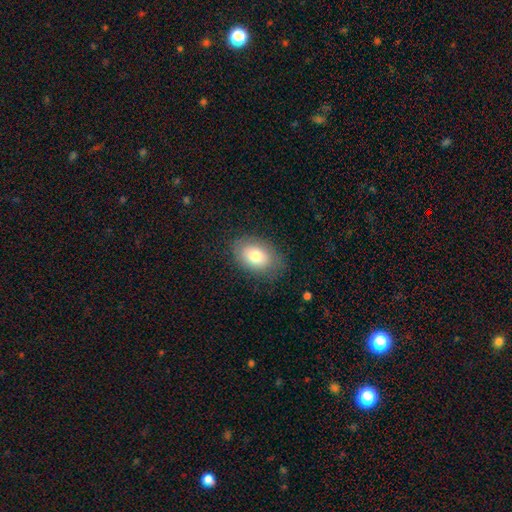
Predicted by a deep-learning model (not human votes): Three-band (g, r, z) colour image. It shows a smooth galaxy with no disk features (79%) that is in between round and cigar-shaped (85%). Merging: none (79%).